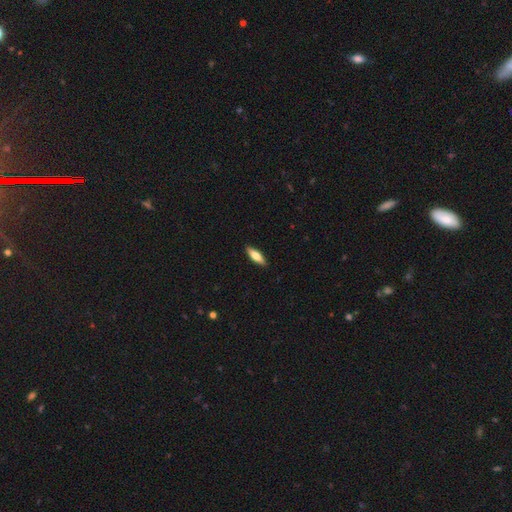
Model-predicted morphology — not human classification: The model was most divided on "how rounded": in between: 52%, cigar-shaped: 46%, round: 2%. More confident: merging — none (90%); smooth or featured — smooth (69%).